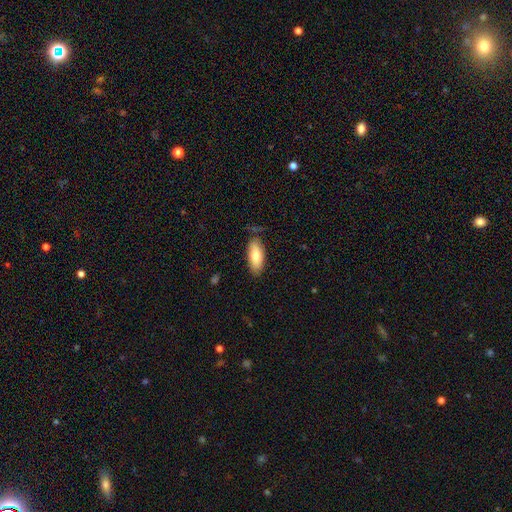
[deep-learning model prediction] The model was most divided on "merging": none: 75%, minor disturbance: 18%, major disturbance: 4%, merger: 3%. More confident: how rounded — in between (86%); smooth or featured — smooth (77%).